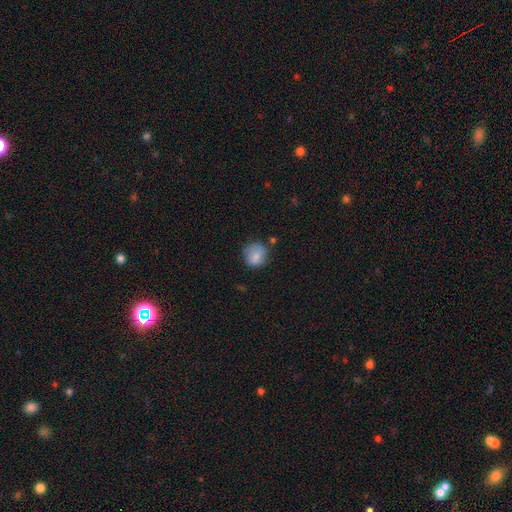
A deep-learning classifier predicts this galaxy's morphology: This appears to be a smooth galaxy with no disk features (81%) that is round (81%). Merging: none (64%).